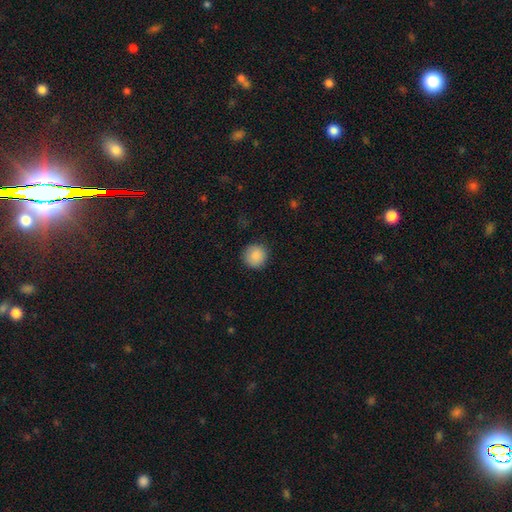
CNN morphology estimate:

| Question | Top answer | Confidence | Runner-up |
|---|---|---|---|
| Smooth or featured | smooth | 88% | star or artifact (8%) |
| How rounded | round | 95% | in between (4%) |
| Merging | none | 90% | minor disturbance (7%) |